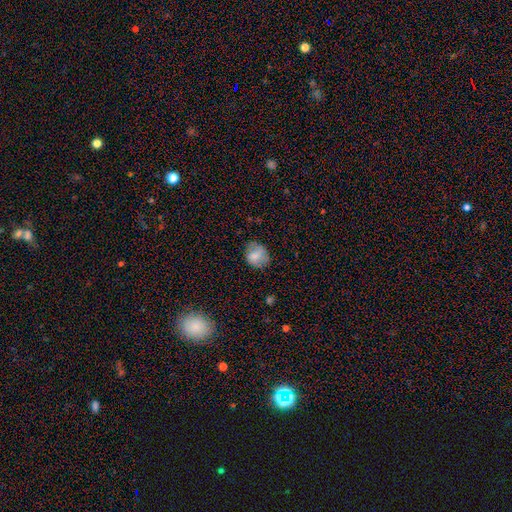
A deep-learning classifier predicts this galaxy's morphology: type=smooth (74%); roundness=round (56%); merging=none (67%).